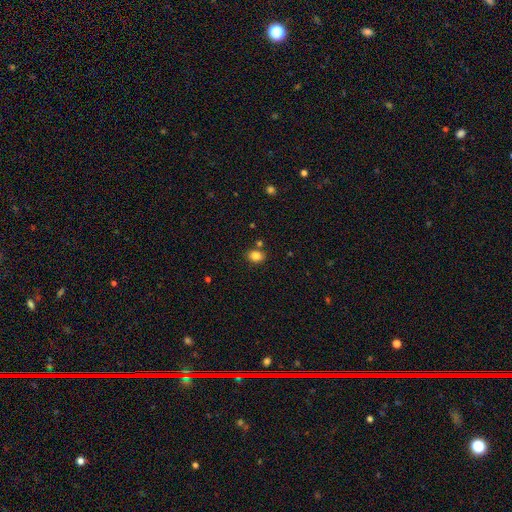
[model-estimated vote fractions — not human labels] Q: Smooth or featured?
A: smooth (84%); runner-up: star or artifact (11%)
Q: How rounded?
A: in between (62%); runner-up: round (37%)
Q: Merging?
A: none (78%); runner-up: minor disturbance (11%)